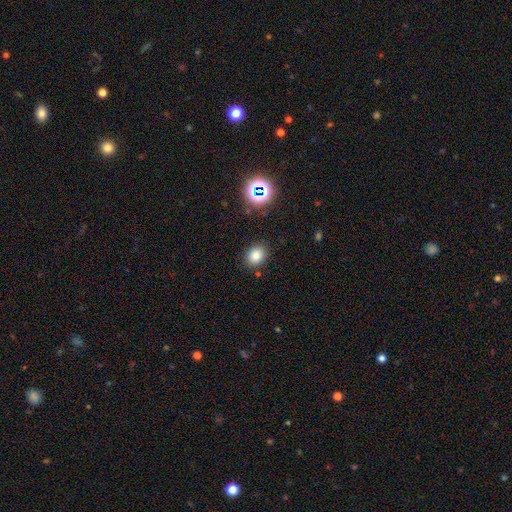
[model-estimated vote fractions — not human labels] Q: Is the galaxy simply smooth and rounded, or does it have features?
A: smooth — 78%.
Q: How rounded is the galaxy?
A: round — 52%.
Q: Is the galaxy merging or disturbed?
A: none — 85%.